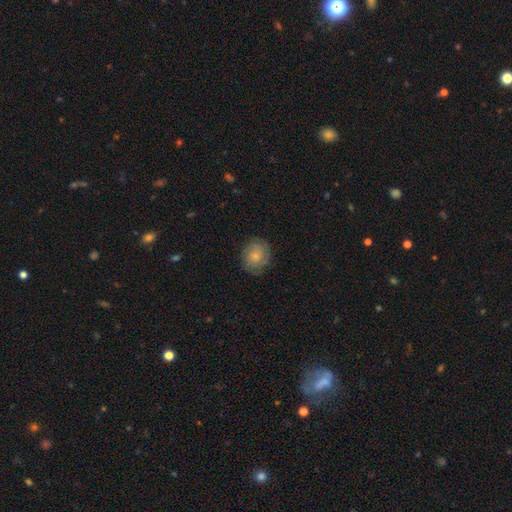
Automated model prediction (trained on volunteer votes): A smooth galaxy with no disk features (65%) that is round (73%).

Vote fractions:
- Smooth or featured? smooth: 65% / featured or disk: 27% / star or artifact: 8%
- How rounded? round: 73% / in between: 26% / cigar-shaped: 1%
- Merging? none: 78% / minor disturbance: 16% / major disturbance: 5% / merger: 1%